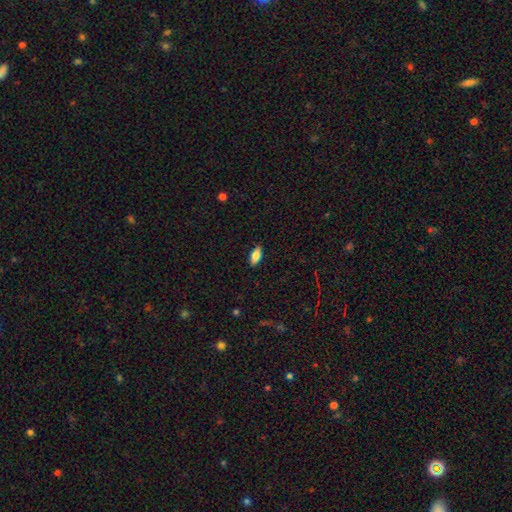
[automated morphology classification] Smooth or featured? Predicted: smooth (p=0.78). How rounded? Predicted: in between (p=0.82). Merging? Predicted: none (p=0.88).